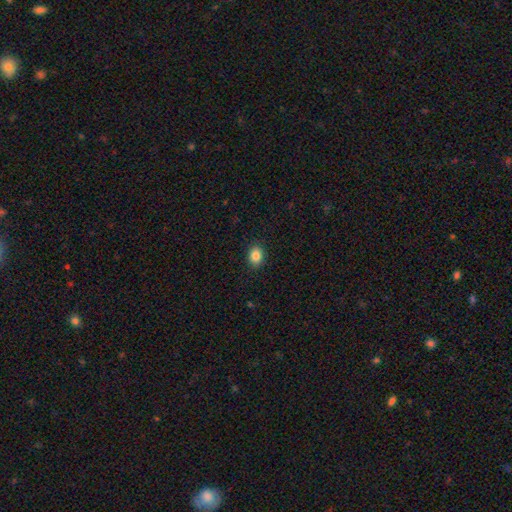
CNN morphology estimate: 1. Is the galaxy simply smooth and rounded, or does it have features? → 86% smooth, 9% star or artifact, 5% featured or disk.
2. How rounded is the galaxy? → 63% in between, 36% round, 1% cigar-shaped.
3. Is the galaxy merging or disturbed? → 90% none, 7% minor disturbance, 2% major disturbance, 1% merger.